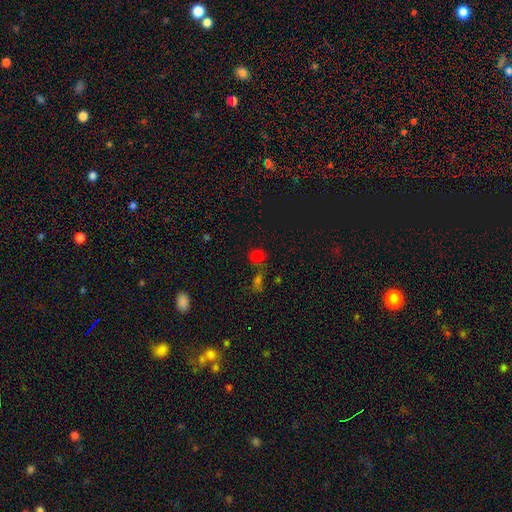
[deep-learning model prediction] Smooth or featured: smooth — 60% (star or artifact — 32%)
How rounded: round — 61% (in between — 36%)
Merging: none — 48% (merger — 34%)